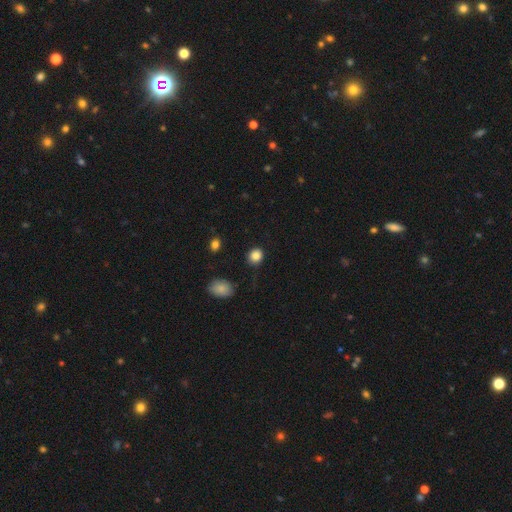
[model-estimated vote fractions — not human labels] The model was most divided on "how rounded": round: 78%, in between: 21%, cigar-shaped: 1%. More confident: smooth or featured — smooth (86%); merging — none (85%).